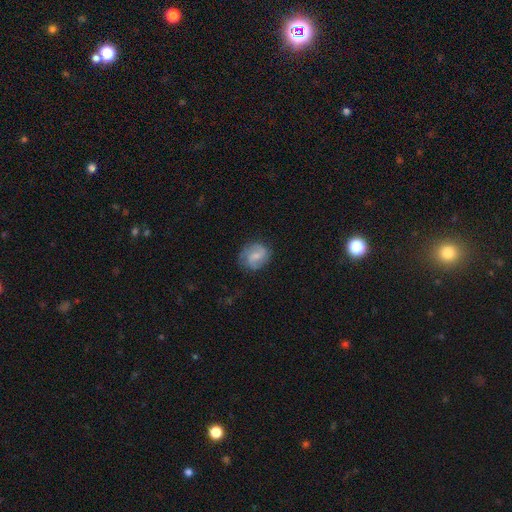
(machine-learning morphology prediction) featured or disk 63%, smooth 30%, star or artifact 7%. Down the decision tree: edge-on disk — no (98%); bar — weak (56%); spiral arms — yes (91%); spiral arm count — 2 (84%); spiral winding — medium (46%); bulge size — small (48%); merging — none (77%).